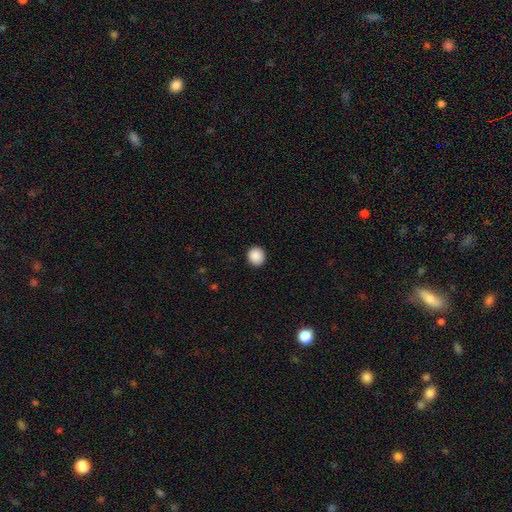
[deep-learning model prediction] Overall: smooth (89%). How rounded: round (90%). Merging: none (93%).